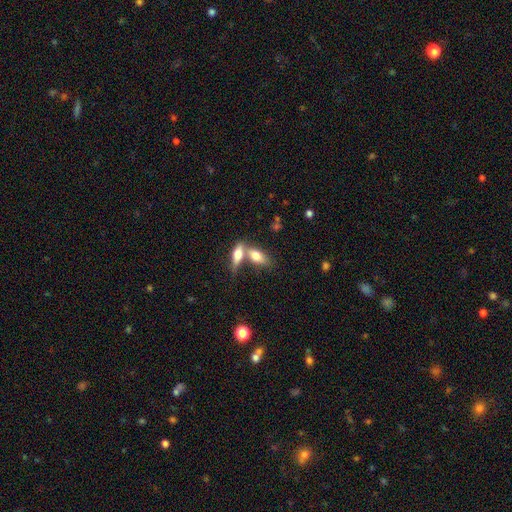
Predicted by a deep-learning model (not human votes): Smooth or featured: smooth — 74% (featured or disk — 20%)
How rounded: in between — 80% (cigar-shaped — 15%)
Merging: merger — 58% (none — 31%)